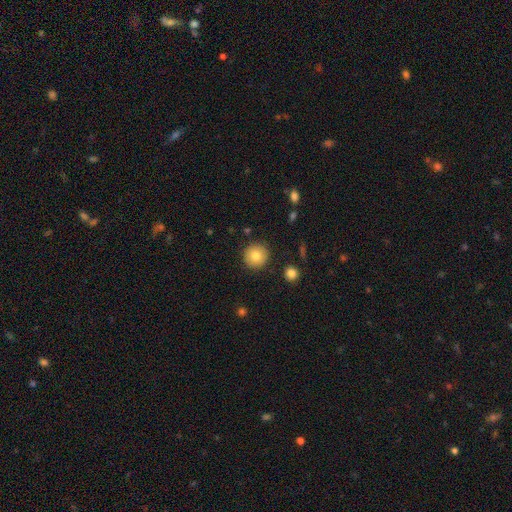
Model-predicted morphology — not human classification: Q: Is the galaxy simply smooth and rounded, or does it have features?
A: smooth — 81%.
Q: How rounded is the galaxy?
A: round — 95%.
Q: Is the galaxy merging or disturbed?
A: none — 90%.